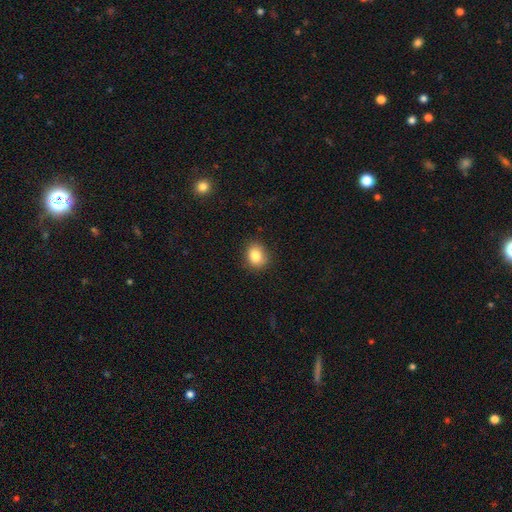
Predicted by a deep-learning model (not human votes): smooth 83%, star or artifact 10%, featured or disk 7%. Down the decision tree: how rounded — round (64%); merging — none (84%).